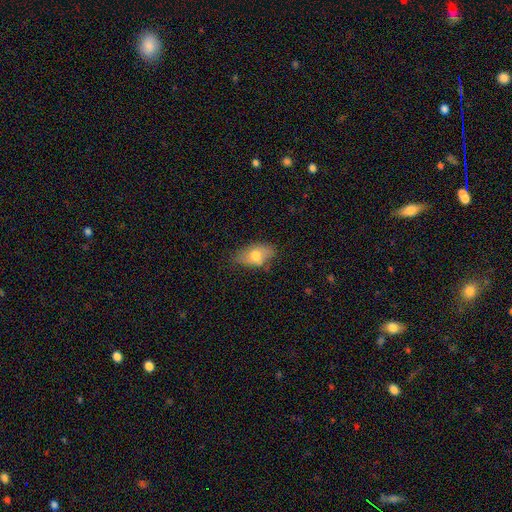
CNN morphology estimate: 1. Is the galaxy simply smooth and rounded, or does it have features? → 70% smooth, 22% featured or disk, 8% star or artifact.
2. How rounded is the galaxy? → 89% in between, 7% round, 3% cigar-shaped.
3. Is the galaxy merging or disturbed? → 65% none, 26% minor disturbance, 6% major disturbance, 3% merger.